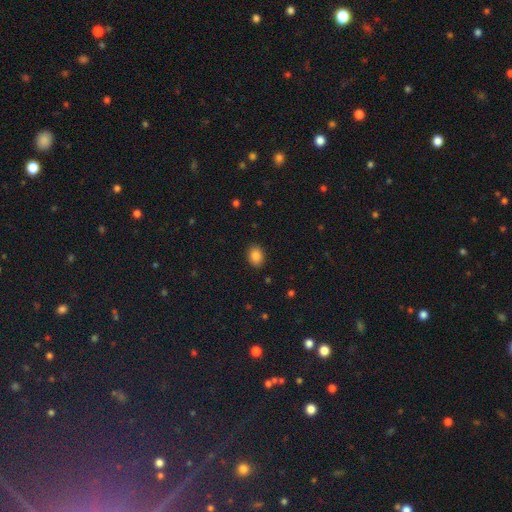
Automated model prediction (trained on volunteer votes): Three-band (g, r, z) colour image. It shows a smooth galaxy with no disk features (86%) that is in between round and cigar-shaped (63%). Merging: none (89%).